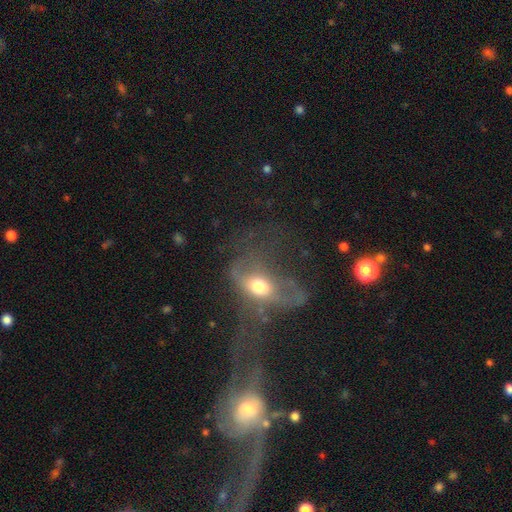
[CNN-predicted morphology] smooth-or-featured: featured or disk: 56% | smooth: 26% | star or artifact: 18%
  disk-edge-on: no: 90% | yes: 10%
    bar: no: 63% | weak: 26% | strong: 11%
    has-spiral-arms: no: 51% | yes: 49%
    bulge-size: moderate: 60% | small: 23% | large: 9% | none: 4% | dominant: 3%
  merging: merger: 61% | major disturbance: 20% | none: 12% | minor disturbance: 7%